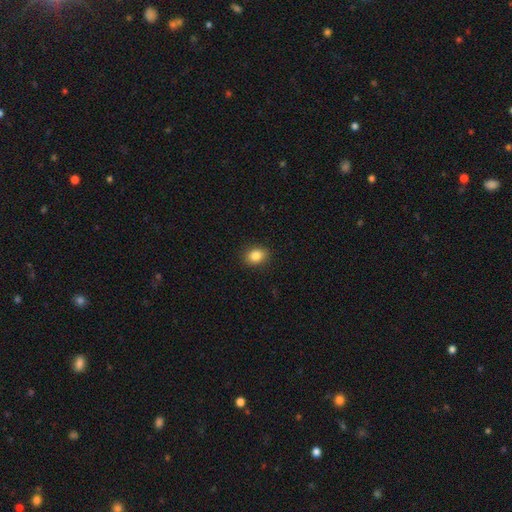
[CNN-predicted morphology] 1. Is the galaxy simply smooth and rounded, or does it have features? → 85% smooth, 9% star or artifact, 5% featured or disk.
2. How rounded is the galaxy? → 63% in between, 36% round, 1% cigar-shaped.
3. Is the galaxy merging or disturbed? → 89% none, 8% minor disturbance, 2% major disturbance, 1% merger.